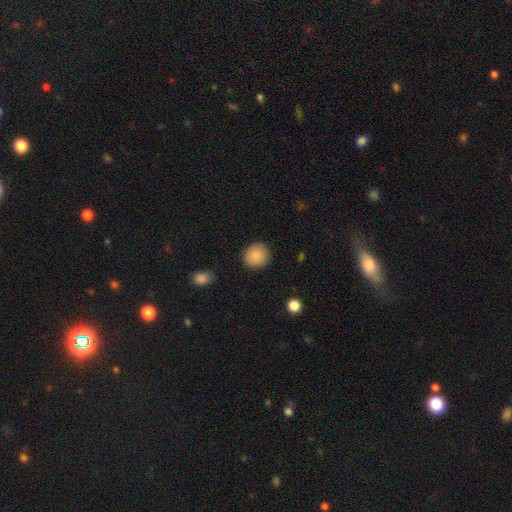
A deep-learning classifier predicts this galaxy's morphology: The model was most divided on "smooth or featured": smooth: 88%, star or artifact: 8%, featured or disk: 5%. More confident: how rounded — round (90%); merging — none (90%).